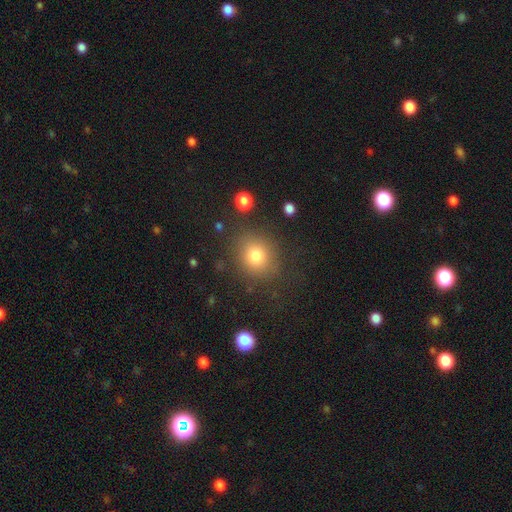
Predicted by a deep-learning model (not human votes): Smooth or featured: smooth — 78% (star or artifact — 14%)
How rounded: round — 80% (in between — 19%)
Merging: none — 83% (minor disturbance — 10%)